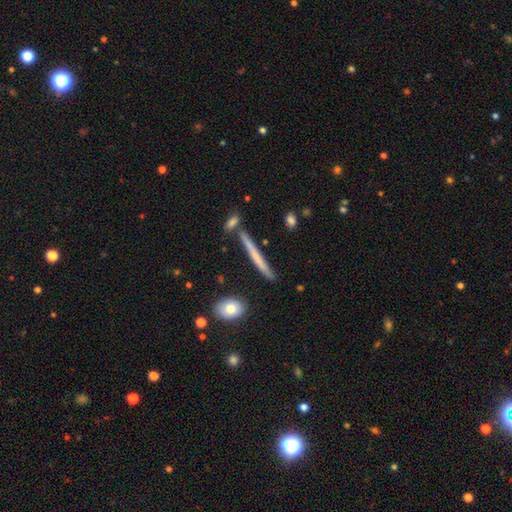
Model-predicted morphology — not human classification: Overall: smooth (48%; featured or disk 45%). Merging: none (82%).